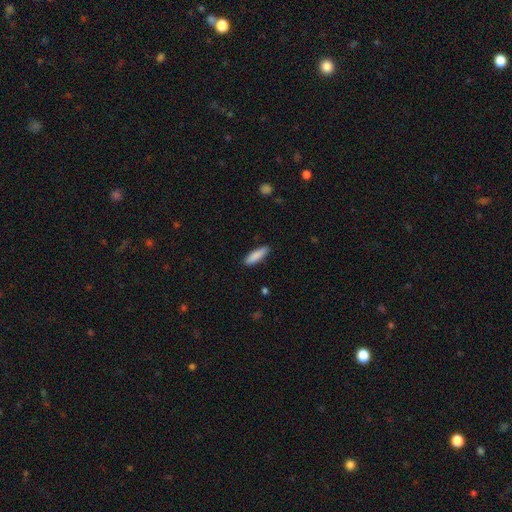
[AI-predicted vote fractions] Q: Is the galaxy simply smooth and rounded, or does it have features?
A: smooth — 88%.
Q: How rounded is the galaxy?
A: cigar-shaped — 56%.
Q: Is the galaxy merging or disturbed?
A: none — 87%.